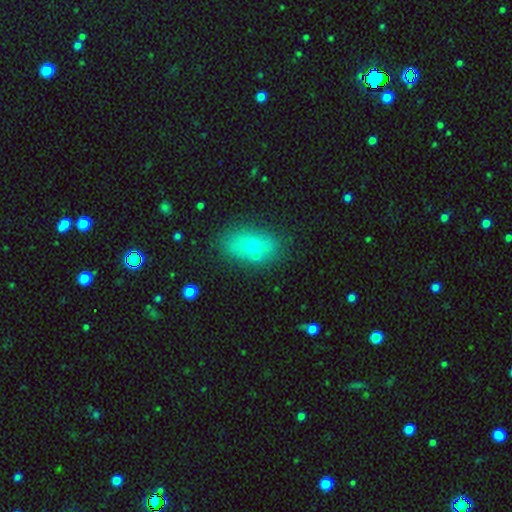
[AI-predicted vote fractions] Smooth or featured? Predicted: smooth (p=0.63). How rounded? Predicted: in between (p=0.83). Merging? Predicted: none (p=0.67).